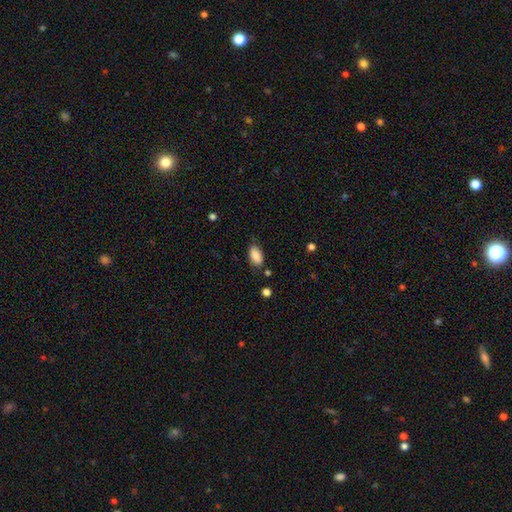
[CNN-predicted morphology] smooth_or_featured: smooth (p=0.87) [alt: star or artifact p=0.07]
how_rounded: in between (p=0.93) [alt: round p=0.05]
merging: none (p=0.72) [alt: minor disturbance p=0.21]